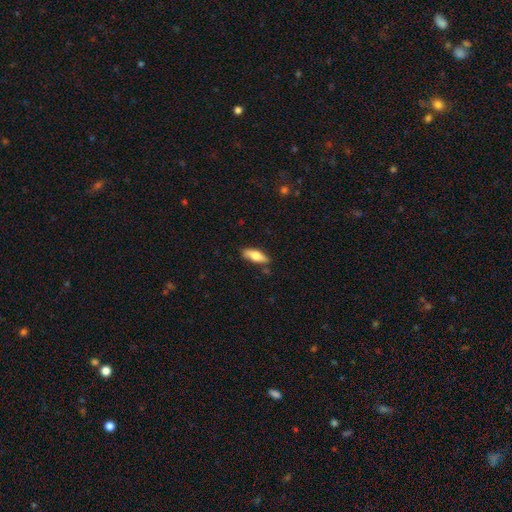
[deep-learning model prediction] Smooth or featured?
  - smooth: 63% *
  - featured or disk: 31%
  - star or artifact: 6%
How rounded?
  - in between: 54% *
  - cigar-shaped: 43%
  - round: 2%
Merging?
  - none: 81% *
  - minor disturbance: 14%
  - major disturbance: 3%
  - merger: 2%